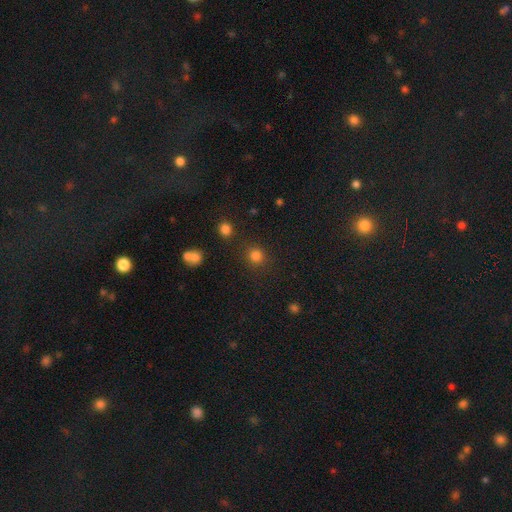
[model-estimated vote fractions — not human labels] Smooth or featured?
  - smooth: 81% *
  - star or artifact: 14%
  - featured or disk: 5%
How rounded?
  - round: 89% *
  - in between: 10%
  - cigar-shaped: 1%
Merging?
  - none: 86% *
  - minor disturbance: 8%
  - merger: 4%
  - major disturbance: 3%